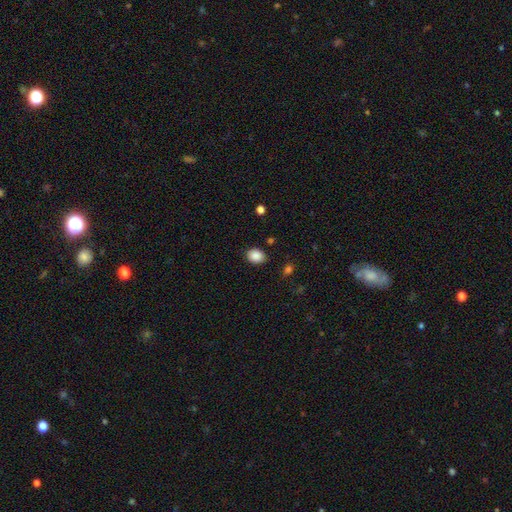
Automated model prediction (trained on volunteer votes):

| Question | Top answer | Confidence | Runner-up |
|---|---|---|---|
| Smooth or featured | smooth | 88% | star or artifact (9%) |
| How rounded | in between | 53% | round (46%) |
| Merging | none | 86% | minor disturbance (9%) |